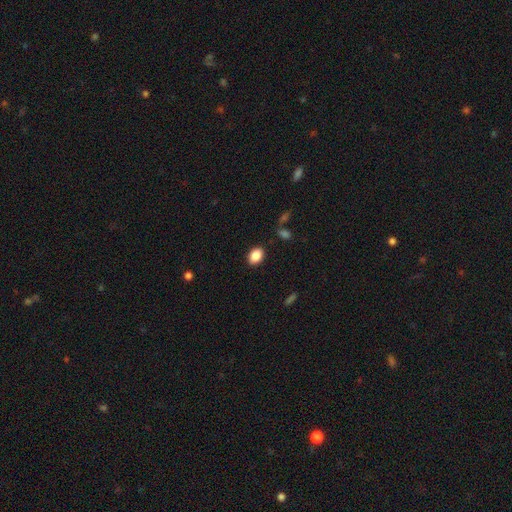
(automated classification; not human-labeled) Smooth or featured: smooth — 87% (star or artifact — 8%)
How rounded: in between — 77% (round — 22%)
Merging: none — 88% (minor disturbance — 8%)